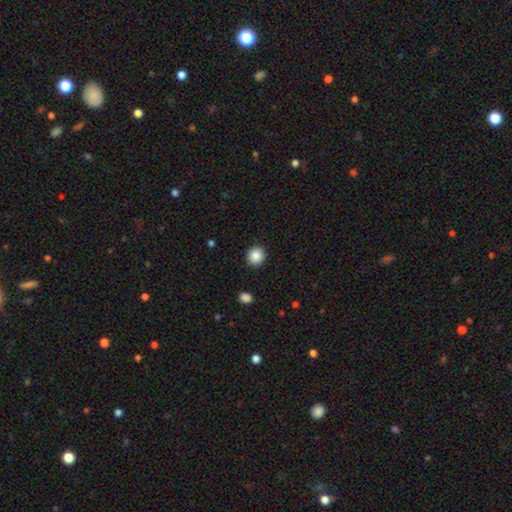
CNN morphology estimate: Smooth or featured? Predicted: smooth (p=0.87). How rounded? Predicted: round (p=0.92). Merging? Predicted: none (p=0.92).